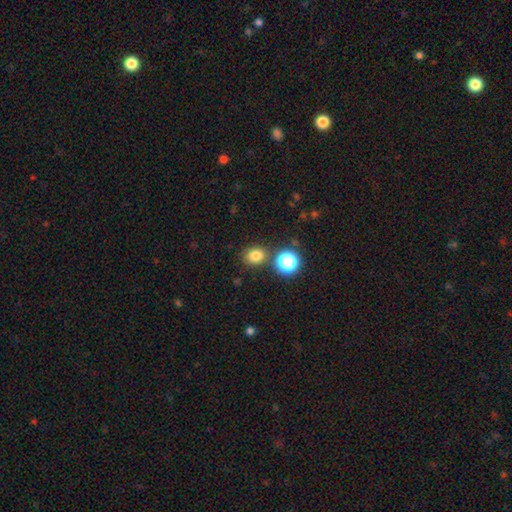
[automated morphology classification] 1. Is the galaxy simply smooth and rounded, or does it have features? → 78% smooth, 16% star or artifact, 6% featured or disk.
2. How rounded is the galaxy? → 59% round, 40% in between, 1% cigar-shaped.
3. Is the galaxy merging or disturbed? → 80% none, 9% minor disturbance, 8% merger, 3% major disturbance.